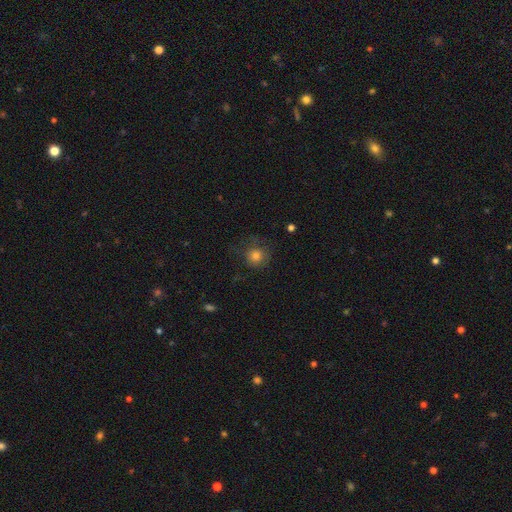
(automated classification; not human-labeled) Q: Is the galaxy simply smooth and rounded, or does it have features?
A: smooth — 76%.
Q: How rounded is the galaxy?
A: round — 91%.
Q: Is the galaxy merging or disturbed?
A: none — 69%.